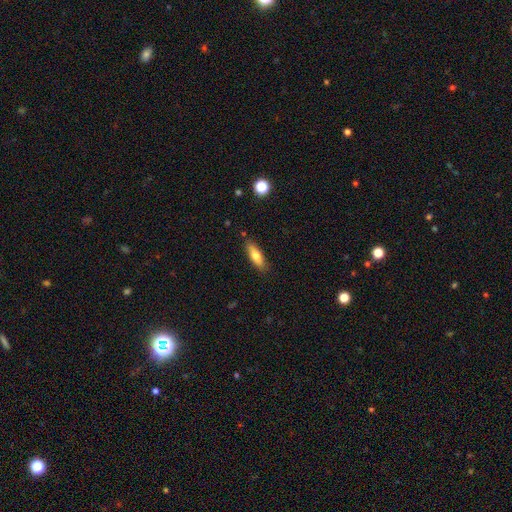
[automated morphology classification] The model was most divided on "how rounded": in between: 50%, cigar-shaped: 48%, round: 2%. More confident: merging — none (85%); smooth or featured — smooth (72%).